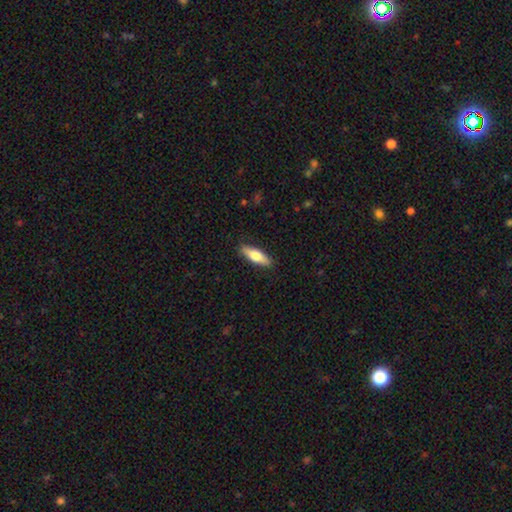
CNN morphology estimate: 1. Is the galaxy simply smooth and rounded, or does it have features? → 64% smooth, 31% featured or disk, 6% star or artifact.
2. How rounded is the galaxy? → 51% cigar-shaped, 47% in between, 2% round.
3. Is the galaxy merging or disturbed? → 88% none, 9% minor disturbance, 2% major disturbance, 1% merger.